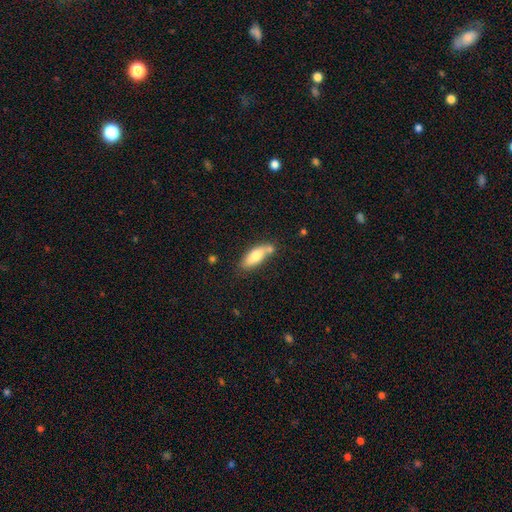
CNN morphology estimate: Q: Smooth or featured?
A: smooth (74%); runner-up: featured or disk (20%)
Q: How rounded?
A: in between (66%); runner-up: cigar-shaped (31%)
Q: Merging?
A: none (58%); runner-up: minor disturbance (20%)